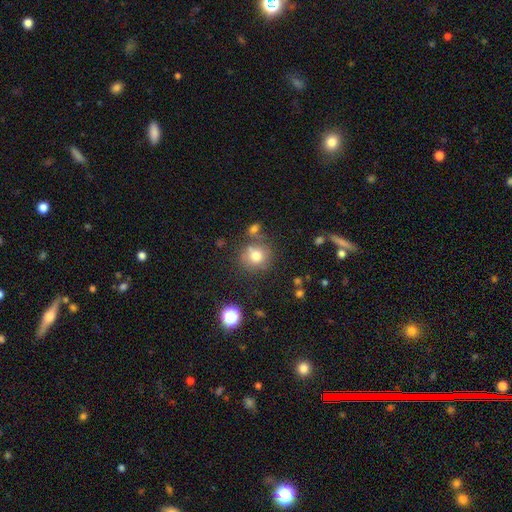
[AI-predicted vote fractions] A smooth galaxy with no disk features (75%) that is round (86%). Merging: none (68%).